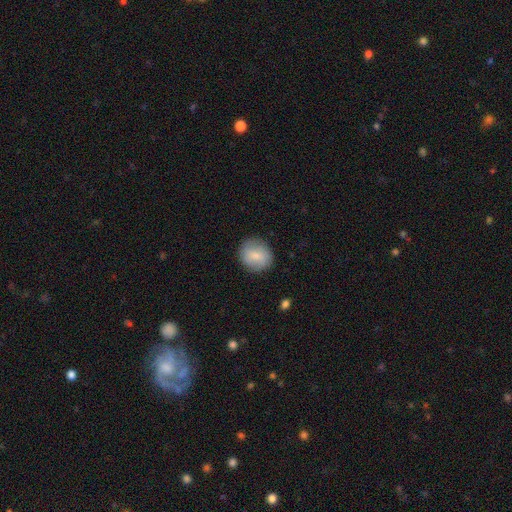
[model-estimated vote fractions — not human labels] A smooth galaxy with no disk features (76%) that is round (82%).

Vote fractions:
- Smooth or featured? smooth: 76% / featured or disk: 17% / star or artifact: 7%
- How rounded? round: 82% / in between: 17% / cigar-shaped: 1%
- Merging? none: 85% / minor disturbance: 11% / major disturbance: 3% / merger: 1%